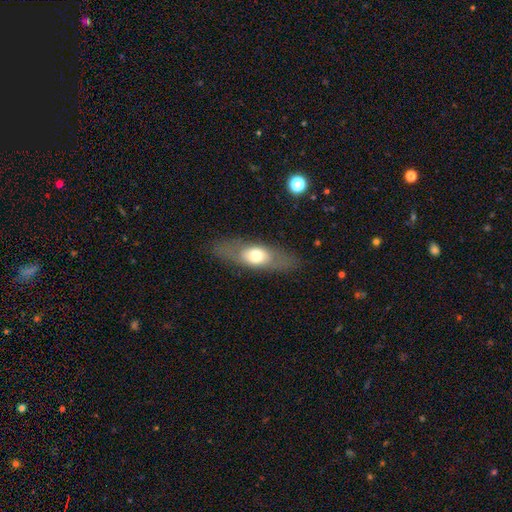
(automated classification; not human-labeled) Smooth or featured: smooth — 53% (featured or disk — 41%)
How rounded: in between — 63% (cigar-shaped — 29%)
Merging: none — 80% (minor disturbance — 12%)